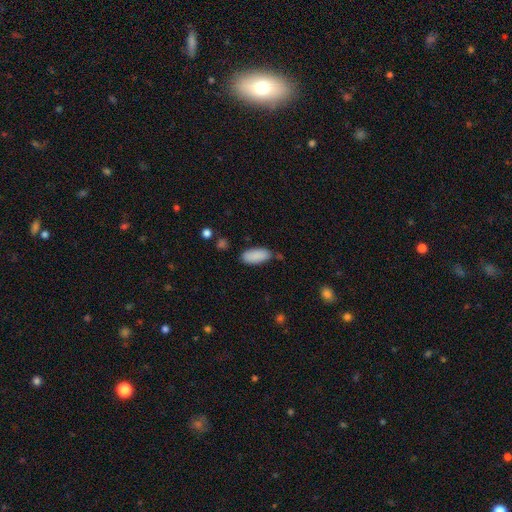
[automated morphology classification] Q: Smooth or featured?
A: smooth (89%); runner-up: star or artifact (6%)
Q: How rounded?
A: in between (87%); runner-up: cigar-shaped (11%)
Q: Merging?
A: none (76%); runner-up: minor disturbance (17%)